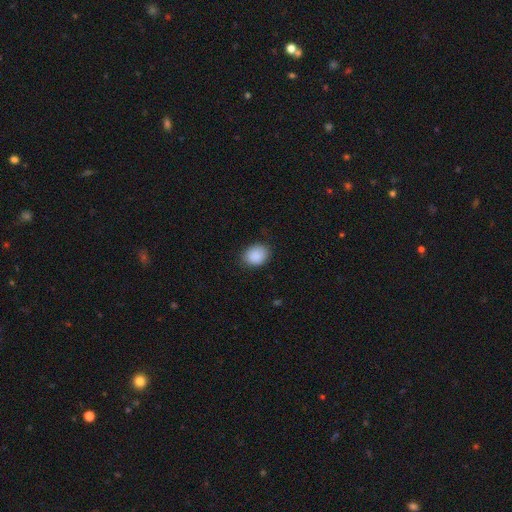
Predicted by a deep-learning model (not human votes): smooth_or_featured: smooth (p=0.89) [alt: star or artifact p=0.08]
how_rounded: round (p=0.54) [alt: in between p=0.45]
merging: none (p=0.81) [alt: minor disturbance p=0.14]